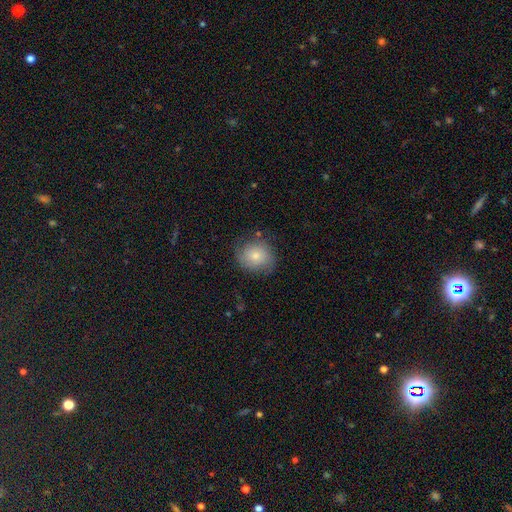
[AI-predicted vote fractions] A smooth galaxy with no disk features (75%) that is round (78%). Merging: none (70%).